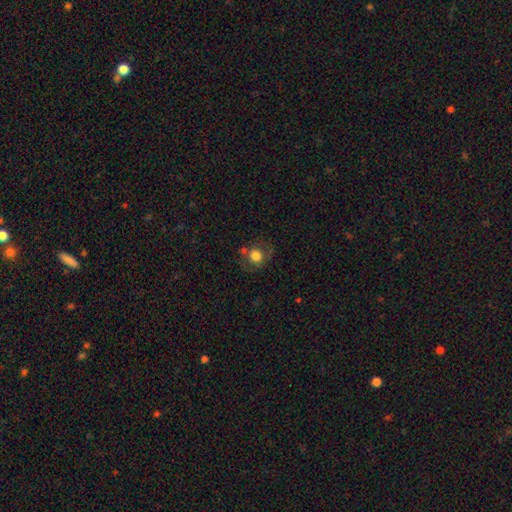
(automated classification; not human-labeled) A smooth galaxy with no disk features (70%) that is round (81%). Merging: none (65%).